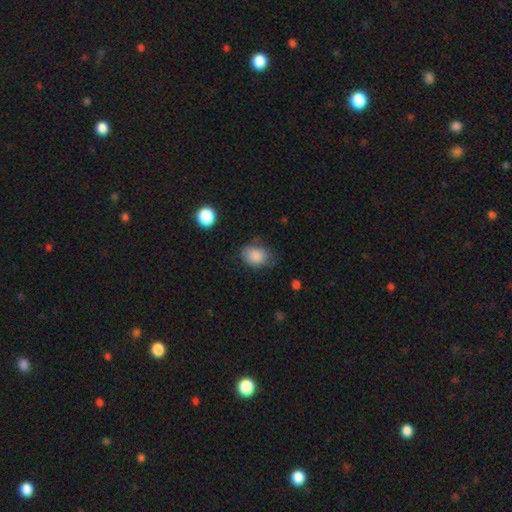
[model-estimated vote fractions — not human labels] smooth_or_featured: smooth (p=0.85) [alt: star or artifact p=0.09]
how_rounded: in between (p=0.64) [alt: round p=0.35]
merging: none (p=0.67) [alt: minor disturbance p=0.24]